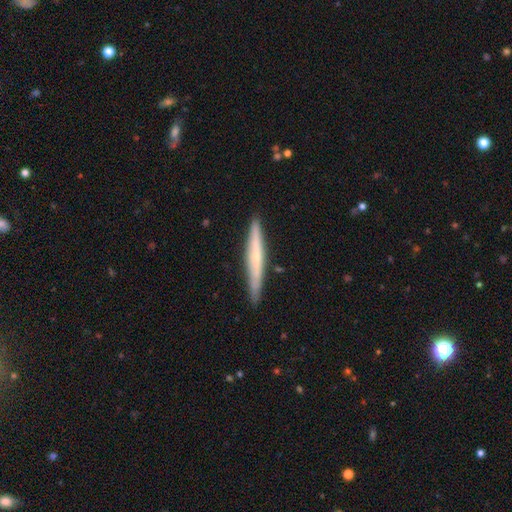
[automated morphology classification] smooth-or-featured: featured or disk: 49% | smooth: 45% | star or artifact: 6%
  merging: none: 87% | minor disturbance: 10% | major disturbance: 2% | merger: 1%